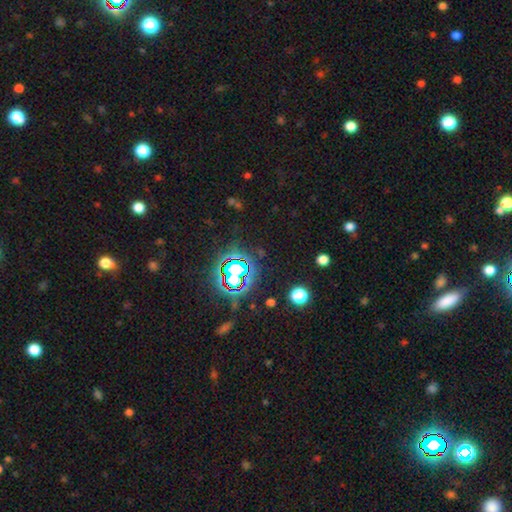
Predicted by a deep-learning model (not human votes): Smooth or featured? star or artifact (80%)